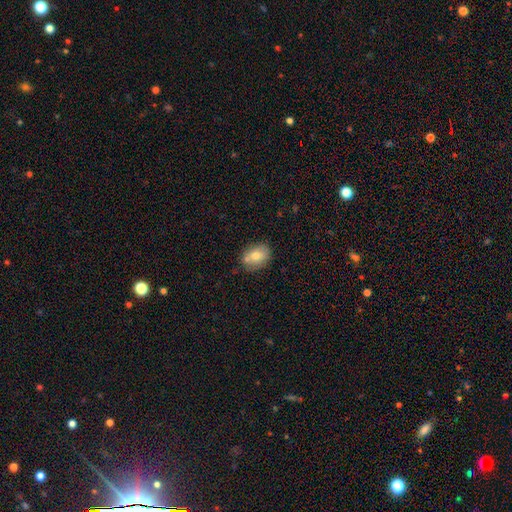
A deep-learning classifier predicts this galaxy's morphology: smooth 74%, featured or disk 18%, star or artifact 9%. Down the decision tree: how rounded — in between (70%); merging — none (72%).